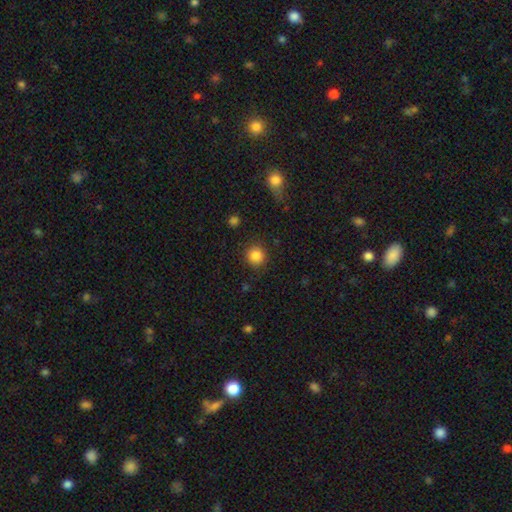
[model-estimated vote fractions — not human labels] Smooth or featured? smooth (85%)
How rounded? round (91%)
Merging? none (87%)